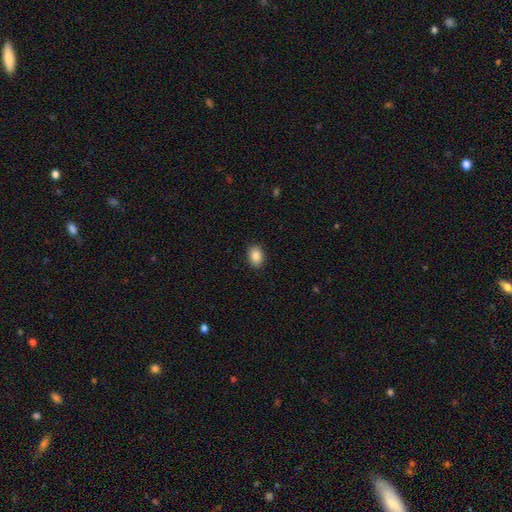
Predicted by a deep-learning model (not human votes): A smooth galaxy with no disk features (88%) that is in between round and cigar-shaped (78%).

Vote fractions:
- Smooth or featured? smooth: 88% / star or artifact: 8% / featured or disk: 4%
- How rounded? in between: 78% / round: 21% / cigar-shaped: 1%
- Merging? none: 89% / minor disturbance: 8% / major disturbance: 2% / merger: 1%